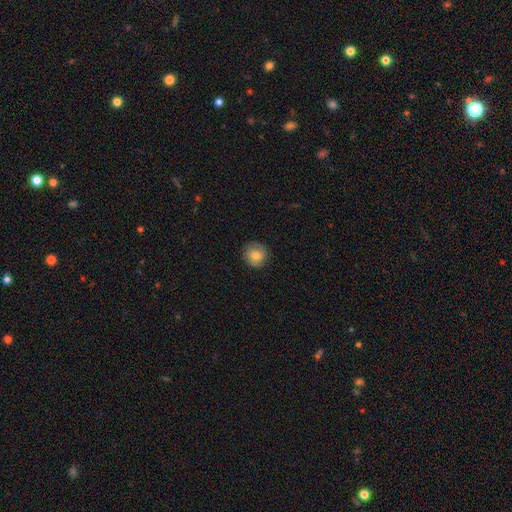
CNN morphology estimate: smooth 73%, featured or disk 19%, star or artifact 8%. Down the decision tree: how rounded — round (91%); merging — none (85%).